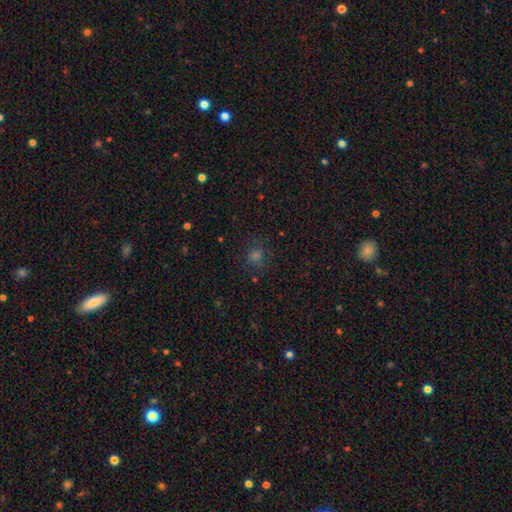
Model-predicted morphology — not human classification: This appears to be a smooth galaxy with no disk features (55%) that is round (77%). Merging: none (79%).